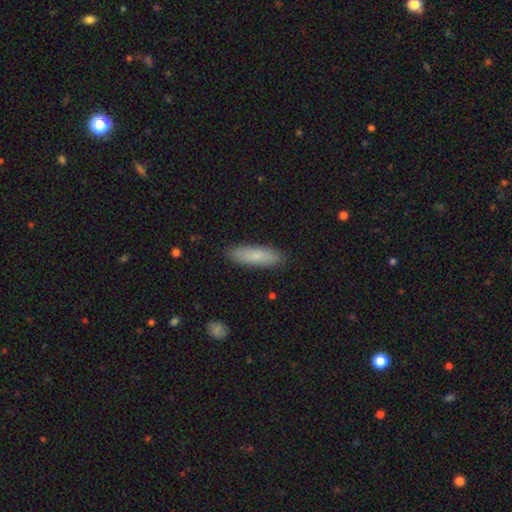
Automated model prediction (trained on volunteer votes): smooth_or_featured: smooth (p=0.81) [alt: featured or disk p=0.13]
how_rounded: cigar-shaped (p=0.56) [alt: in between p=0.42]
merging: none (p=0.88) [alt: minor disturbance p=0.09]